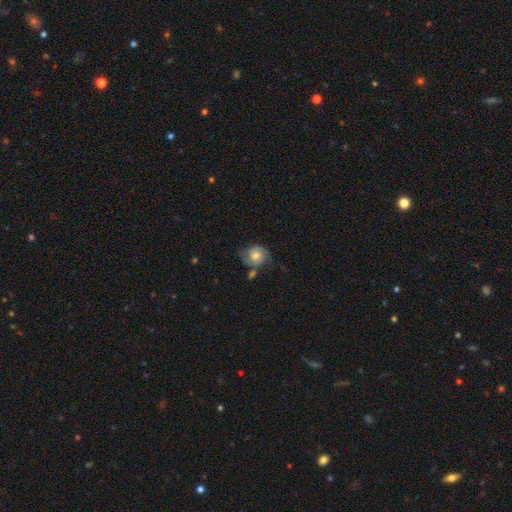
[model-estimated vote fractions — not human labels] Overall: featured or disk (63%; smooth 29%). Edge-on disk: no (98%). Bar: no (76%). Spiral arms: yes (91%). Spiral arm count: 2 (87%). Spiral winding: medium (43%; tight 41%). Bulge size: moderate (66%). Merging: none (65%).